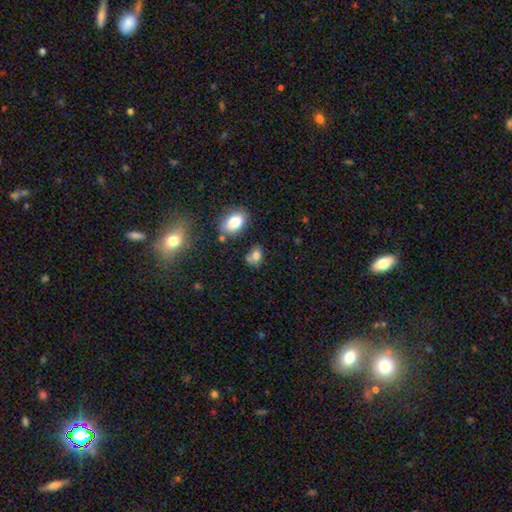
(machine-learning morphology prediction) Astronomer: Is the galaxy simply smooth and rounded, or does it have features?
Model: smooth — 77%.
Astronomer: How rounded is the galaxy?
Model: in between — 71%.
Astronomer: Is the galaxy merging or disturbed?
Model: none — 53%.